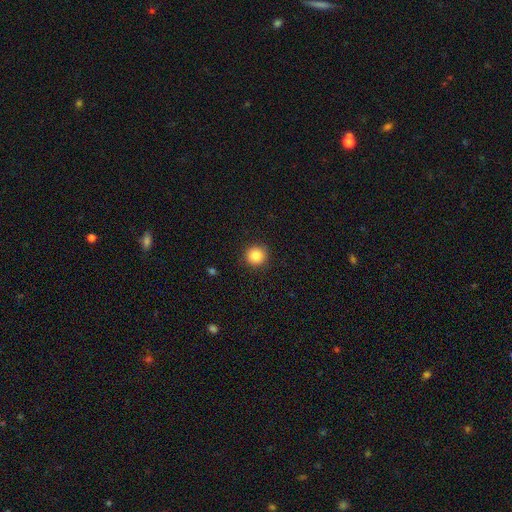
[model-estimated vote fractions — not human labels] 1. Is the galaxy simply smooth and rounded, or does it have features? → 84% smooth, 10% star or artifact, 6% featured or disk.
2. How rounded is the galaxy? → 94% round, 5% in between, 1% cigar-shaped.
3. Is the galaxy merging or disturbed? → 91% none, 6% minor disturbance, 2% major disturbance, 1% merger.